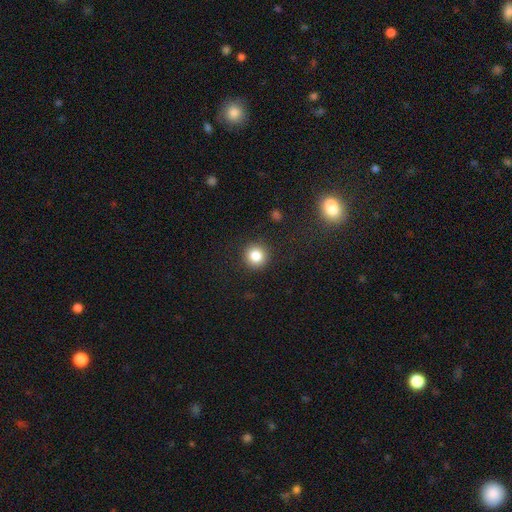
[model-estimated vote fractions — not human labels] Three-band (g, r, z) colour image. It shows a smooth galaxy with no disk features (83%) that is round (94%). Merging: none (91%).